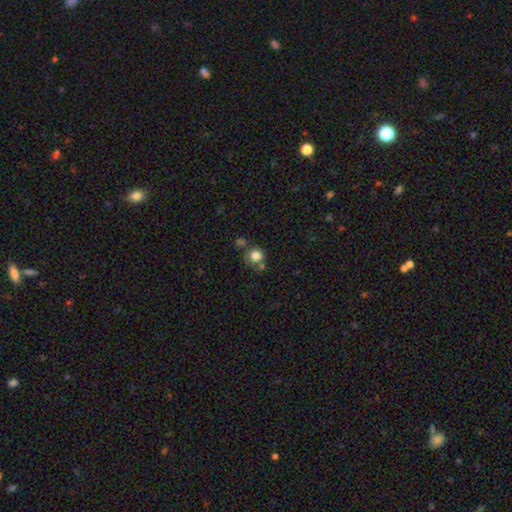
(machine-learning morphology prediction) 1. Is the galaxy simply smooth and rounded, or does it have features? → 82% smooth, 11% star or artifact, 7% featured or disk.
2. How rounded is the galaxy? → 88% round, 11% in between, 1% cigar-shaped.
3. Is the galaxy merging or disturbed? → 61% none, 19% merger, 14% minor disturbance, 6% major disturbance.